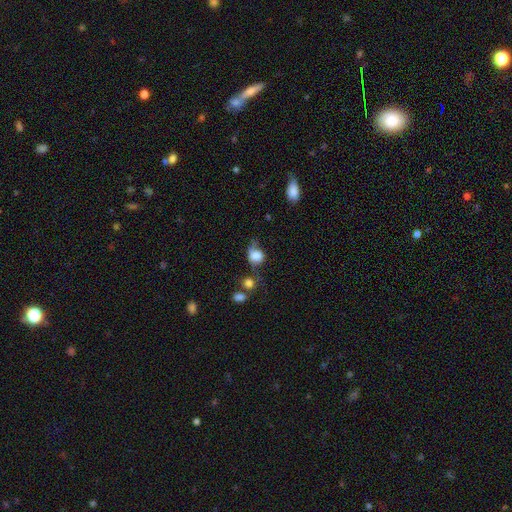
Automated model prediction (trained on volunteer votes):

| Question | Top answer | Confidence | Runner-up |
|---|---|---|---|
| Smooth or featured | smooth | 73% | featured or disk (17%) |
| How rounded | round | 62% | in between (37%) |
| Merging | none | 34% | minor disturbance (29%) |